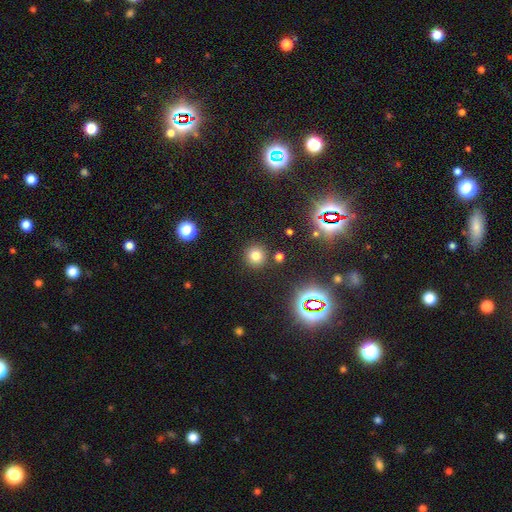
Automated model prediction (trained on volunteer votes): The model was most divided on "smooth or featured": smooth: 74%, star or artifact: 19%, featured or disk: 7%. More confident: how rounded — round (92%); merging — none (87%).